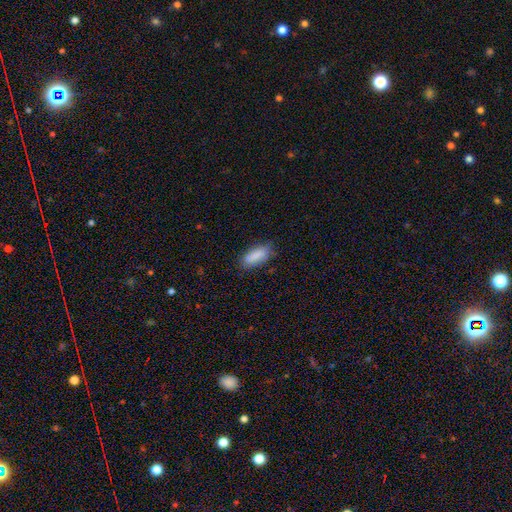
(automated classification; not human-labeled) A smooth galaxy with no disk features (87%) that is in between round and cigar-shaped (75%).

Vote fractions:
- Smooth or featured? smooth: 87% / star or artifact: 7% / featured or disk: 6%
- How rounded? in between: 75% / cigar-shaped: 23% / round: 2%
- Merging? none: 80% / minor disturbance: 15% / major disturbance: 3% / merger: 1%